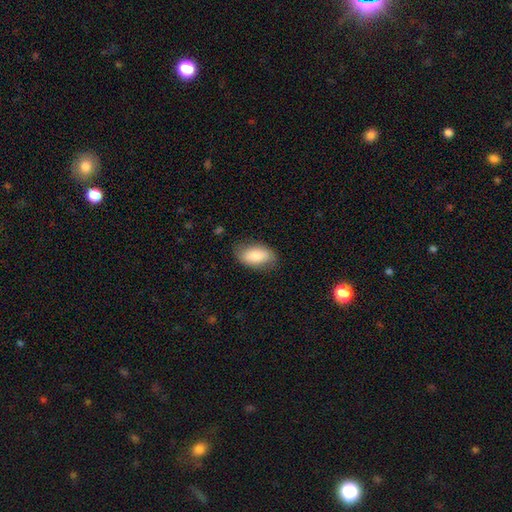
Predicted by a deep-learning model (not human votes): Smooth or featured?
  - smooth: 81% *
  - featured or disk: 13%
  - star or artifact: 6%
How rounded?
  - in between: 93% *
  - round: 4%
  - cigar-shaped: 2%
Merging?
  - none: 76% *
  - minor disturbance: 18%
  - major disturbance: 4%
  - merger: 1%